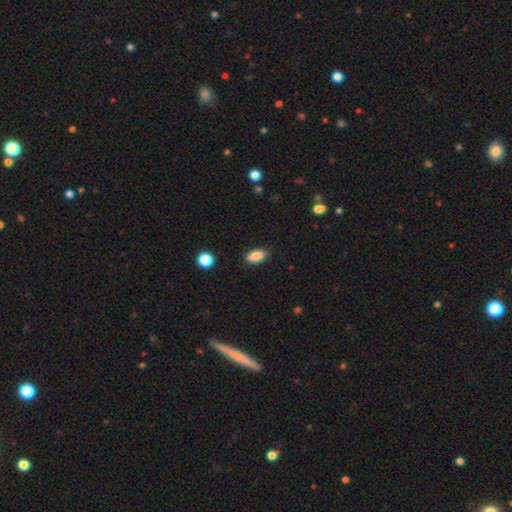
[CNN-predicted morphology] A smooth galaxy with no disk features (87%) that is in between round and cigar-shaped (90%).

Vote fractions:
- Smooth or featured? smooth: 87% / star or artifact: 8% / featured or disk: 6%
- How rounded? in between: 90% / cigar-shaped: 7% / round: 4%
- Merging? none: 87% / minor disturbance: 10% / major disturbance: 2% / merger: 1%